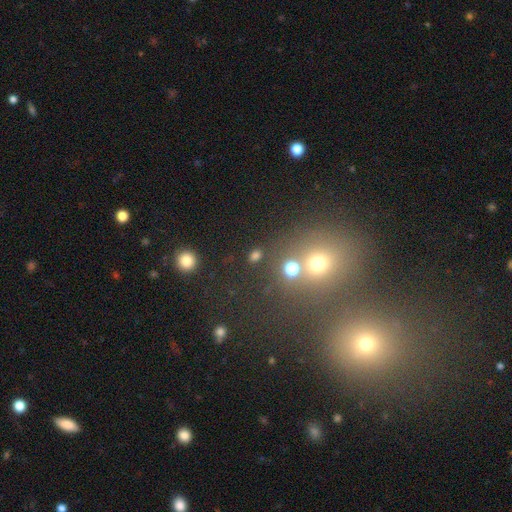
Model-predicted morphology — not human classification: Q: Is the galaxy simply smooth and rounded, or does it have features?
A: smooth — 67%.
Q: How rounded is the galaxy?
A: round — 66%.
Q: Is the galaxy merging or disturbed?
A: none — 77%.